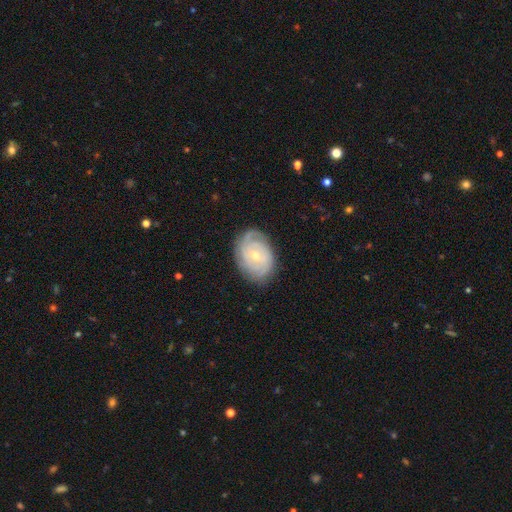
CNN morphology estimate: Smooth or featured? featured or disk (78%)
Edge-on disk? no (97%)
Bar? no (71%)
Spiral arms? yes (92%)
Spiral winding? tight (73%)
Spiral arm count? can't tell (36%)
Bulge size? small (64%)
Merging? none (78%)